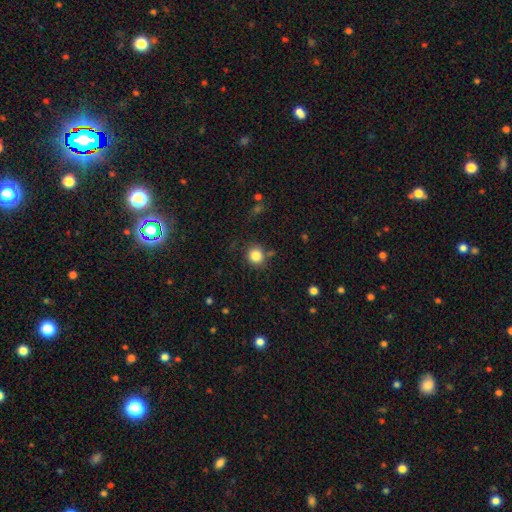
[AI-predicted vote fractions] Smooth or featured?
  - smooth: 84% *
  - star or artifact: 11%
  - featured or disk: 5%
How rounded?
  - round: 89% *
  - in between: 10%
  - cigar-shaped: 1%
Merging?
  - none: 81% *
  - minor disturbance: 10%
  - merger: 5%
  - major disturbance: 4%